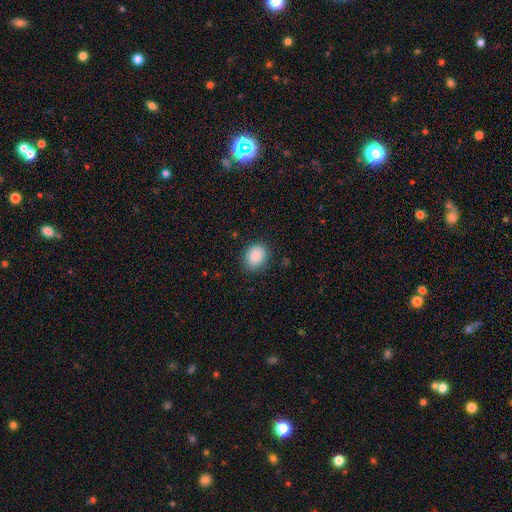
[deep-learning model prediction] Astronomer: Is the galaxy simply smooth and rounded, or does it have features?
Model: smooth — 89%.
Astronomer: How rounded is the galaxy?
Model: round — 50% (runner-up: in between, 49%).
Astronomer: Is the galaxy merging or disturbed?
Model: none — 85%.